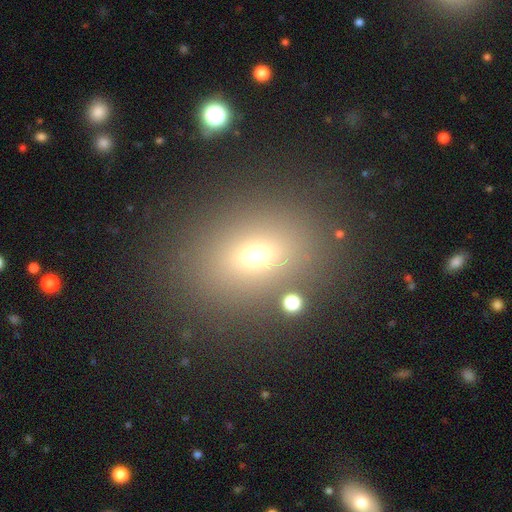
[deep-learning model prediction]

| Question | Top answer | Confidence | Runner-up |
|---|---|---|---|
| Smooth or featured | smooth | 66% | star or artifact (21%) |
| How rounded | in between | 59% | round (39%) |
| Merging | none | 84% | minor disturbance (8%) |